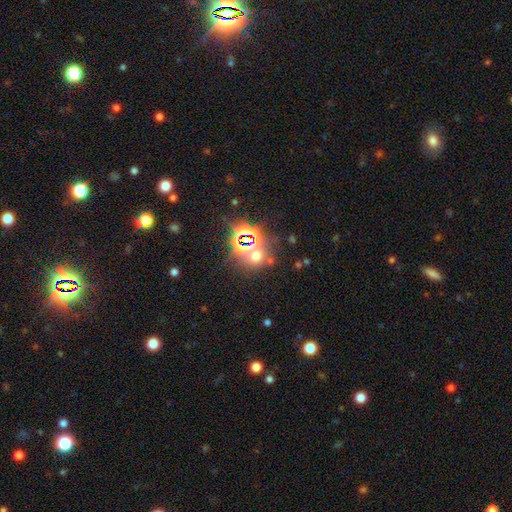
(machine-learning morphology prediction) Smooth or featured? Predicted: star or artifact (p=0.52).